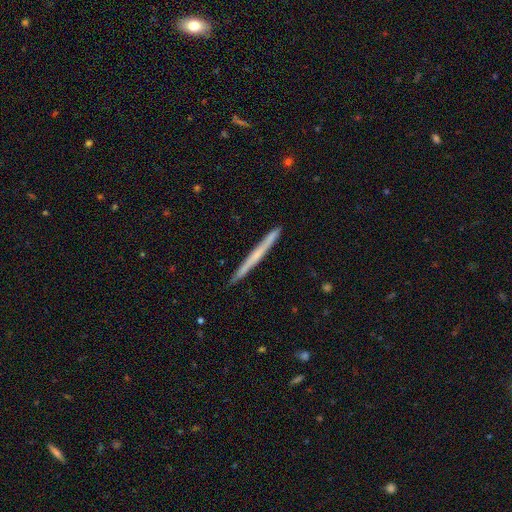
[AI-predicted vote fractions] smooth_or_featured: smooth (p=0.48) [alt: featured or disk p=0.46]
merging: none (p=0.92) [alt: minor disturbance p=0.06]